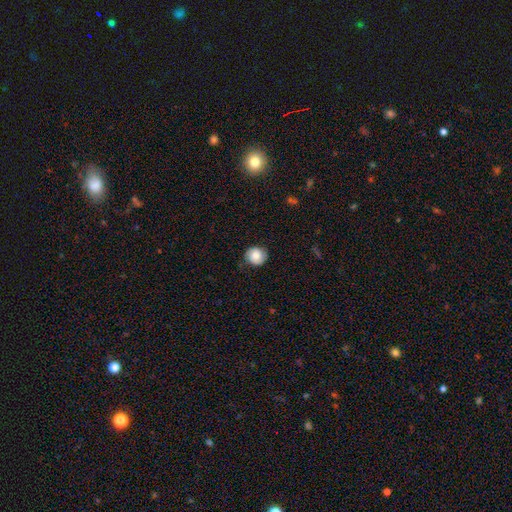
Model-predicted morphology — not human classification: smooth_or_featured: smooth (p=0.74) [alt: featured or disk p=0.18]
how_rounded: round (p=0.89) [alt: in between p=0.10]
merging: none (p=0.81) [alt: minor disturbance p=0.15]